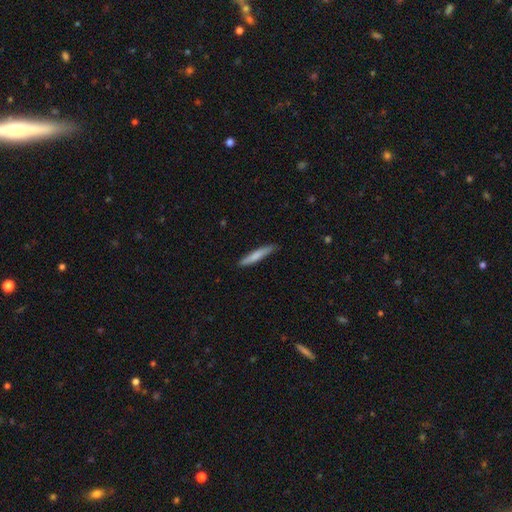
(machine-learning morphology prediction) Q: Smooth or featured?
A: smooth (75%); runner-up: featured or disk (19%)
Q: How rounded?
A: cigar-shaped (94%); runner-up: in between (5%)
Q: Merging?
A: none (86%); runner-up: minor disturbance (11%)